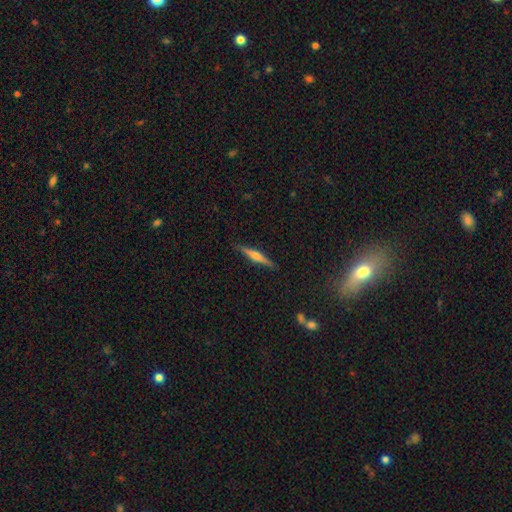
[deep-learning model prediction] The model was most divided on "smooth or featured": featured or disk: 66%, smooth: 27%, star or artifact: 7%. More confident: edge-on disk — yes (98%); merging — none (90%); edge-on bulge — rounded (85%).